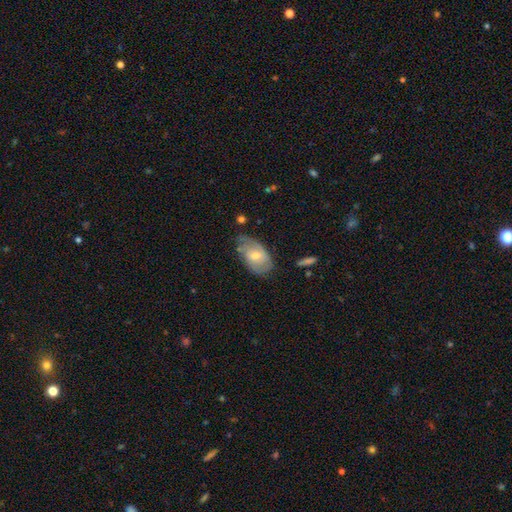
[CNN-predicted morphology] Smooth or featured: featured or disk — 48% (smooth — 46%)
Merging: none — 54% (minor disturbance — 32%)